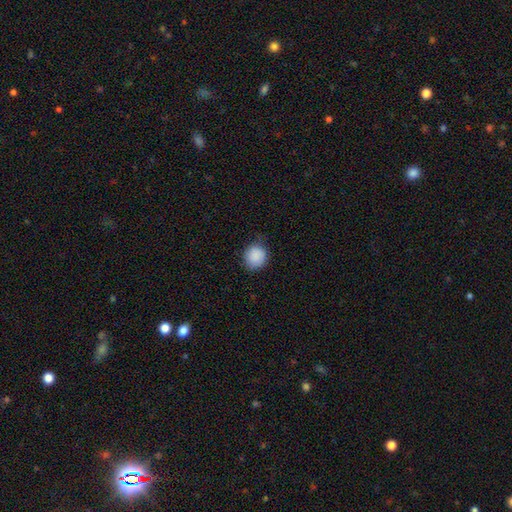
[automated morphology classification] smooth_or_featured: smooth (p=0.89) [alt: star or artifact p=0.08]
how_rounded: round (p=0.83) [alt: in between p=0.16]
merging: none (p=0.78) [alt: minor disturbance p=0.18]